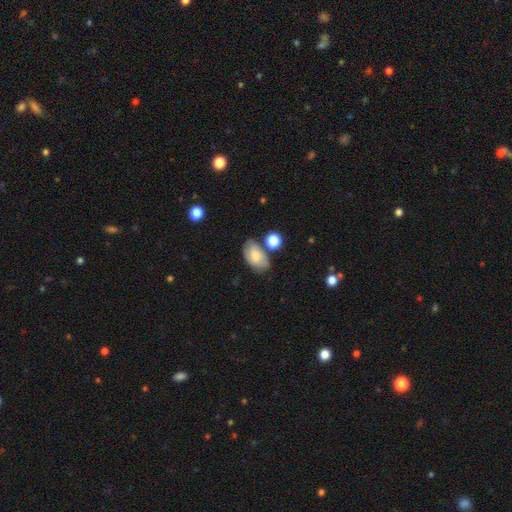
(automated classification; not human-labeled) A smooth galaxy with no disk features (68%) that is in between round and cigar-shaped (90%).

Vote fractions:
- Smooth or featured? smooth: 68% / featured or disk: 24% / star or artifact: 8%
- How rounded? in between: 90% / round: 8% / cigar-shaped: 2%
- Merging? none: 62% / minor disturbance: 20% / merger: 12% / major disturbance: 6%